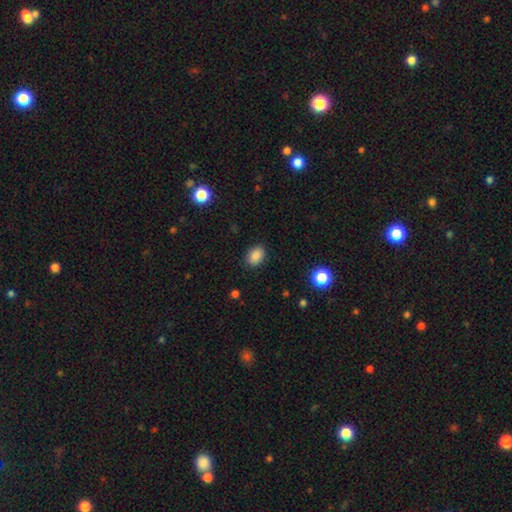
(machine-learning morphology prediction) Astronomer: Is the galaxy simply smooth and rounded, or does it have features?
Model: smooth — 87%.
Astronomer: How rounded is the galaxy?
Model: in between — 77%.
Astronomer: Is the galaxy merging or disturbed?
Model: none — 86%.